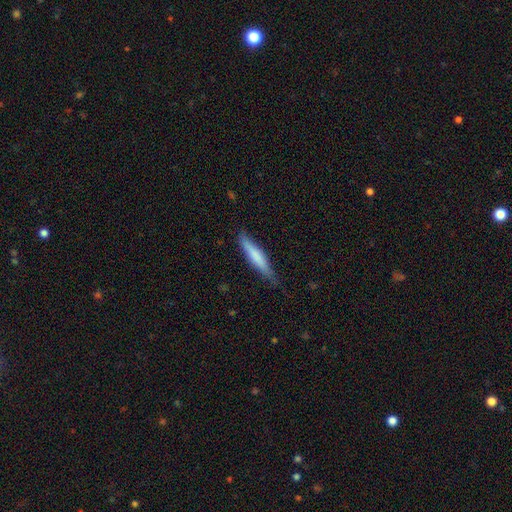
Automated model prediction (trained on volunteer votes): A smooth galaxy with no disk features (70%) that is cigar-shaped (89%).

Vote fractions:
- Smooth or featured? smooth: 70% / featured or disk: 25% / star or artifact: 5%
- How rounded? cigar-shaped: 89% / in between: 10% / round: 1%
- Merging? none: 75% / minor disturbance: 21% / major disturbance: 3% / merger: 1%